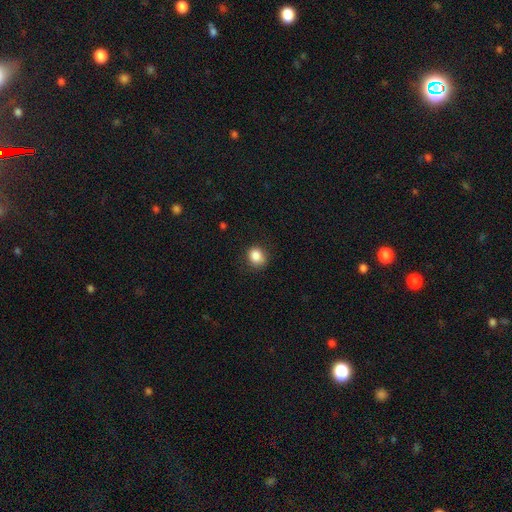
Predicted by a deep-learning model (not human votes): This is clearly a smooth galaxy (86%). How rounded: likely round (70%). Merging: likely none (79%).